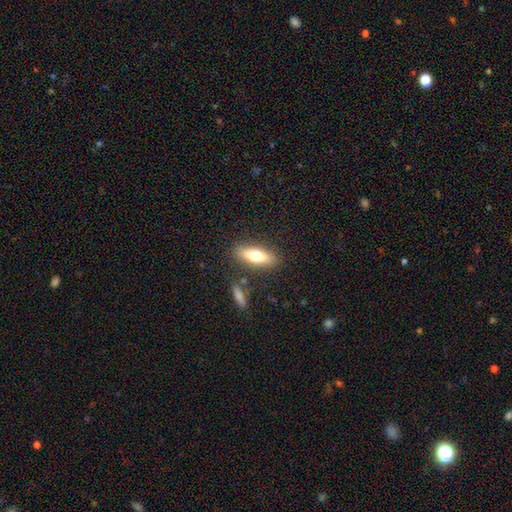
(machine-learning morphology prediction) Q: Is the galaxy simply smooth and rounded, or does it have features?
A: smooth — 66%.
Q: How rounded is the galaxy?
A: in between — 59%.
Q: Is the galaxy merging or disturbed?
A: none — 82%.